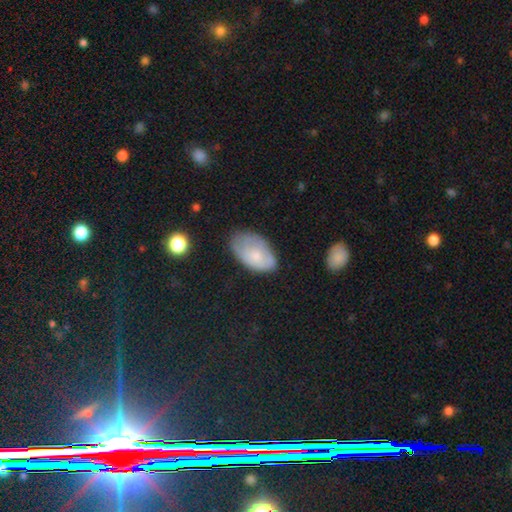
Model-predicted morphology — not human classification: type=smooth (62%); roundness=in between (94%); merging=none (55%).